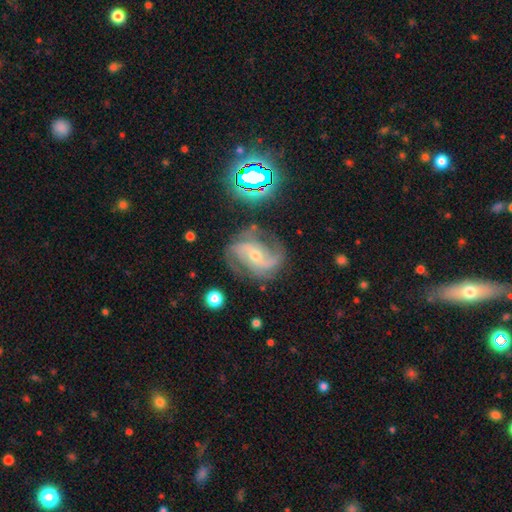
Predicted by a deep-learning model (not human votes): This is clearly a featured or disk galaxy (84%). It is clearly not viewed edge-on (97%). Bar: marginally weak (38%). Spiral arm pattern: clearly yes (97%). Spiral arm count: likely 2 (76%). Spiral winding: possibly medium (48%). Central bulge: possibly small (50%). Merging: likely none (70%).